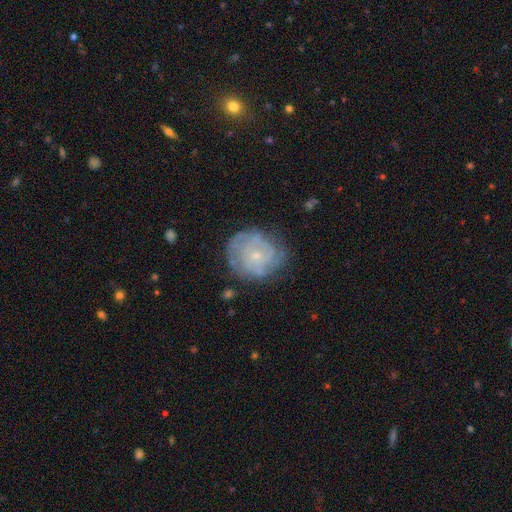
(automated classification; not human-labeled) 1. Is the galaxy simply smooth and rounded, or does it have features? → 72% featured or disk, 19% smooth, 9% star or artifact.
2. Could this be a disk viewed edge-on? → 98% no, 2% yes.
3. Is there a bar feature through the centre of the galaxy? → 79% no, 18% weak, 3% strong.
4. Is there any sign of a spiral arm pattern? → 87% yes, 13% no.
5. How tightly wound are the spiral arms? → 71% tight, 22% medium, 6% loose.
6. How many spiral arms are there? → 45% can't tell, 18% 2, 16% 3, 10% 4, 6% more than 4, 5% 1.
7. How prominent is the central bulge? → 78% small, 17% moderate, 3% none, 1% large, 1% dominant.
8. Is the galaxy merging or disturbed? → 73% none, 19% minor disturbance, 7% major disturbance, 2% merger.